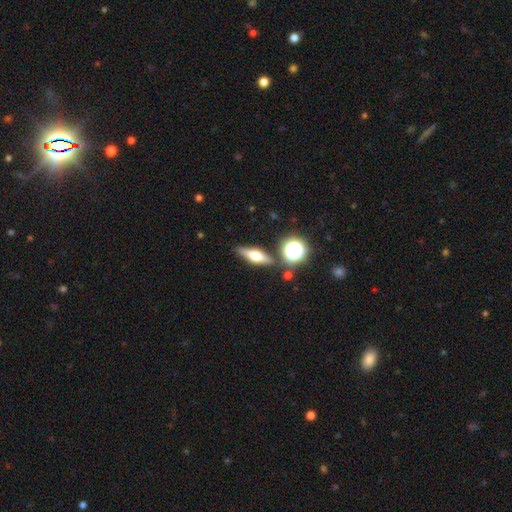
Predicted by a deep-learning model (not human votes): A featured or disk galaxy (45%).

Vote fractions:
- Smooth or featured? featured or disk: 45% / smooth: 42% / star or artifact: 12%
- Merging? none: 82% / minor disturbance: 9% / merger: 5% / major disturbance: 3%